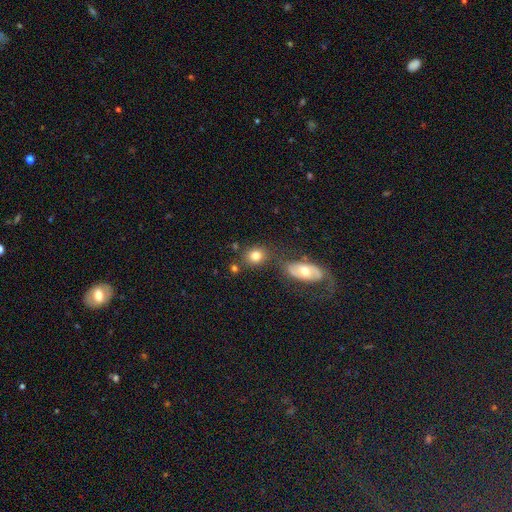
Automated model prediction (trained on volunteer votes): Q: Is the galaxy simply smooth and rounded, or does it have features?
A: smooth — 79%.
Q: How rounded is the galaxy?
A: round — 58%.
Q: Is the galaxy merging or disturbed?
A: none — 69%.